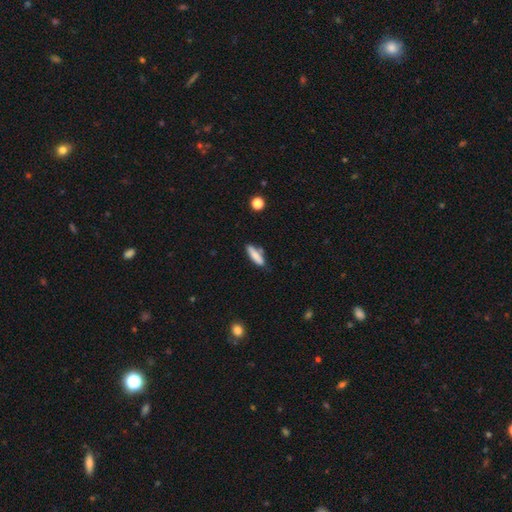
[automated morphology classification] This is likely a smooth galaxy (79%). How rounded: likely cigar-shaped (66%). Merging: likely none (72%).